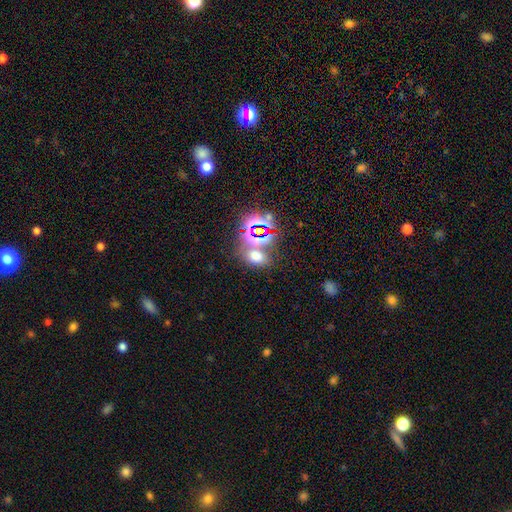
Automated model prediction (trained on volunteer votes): Morphology: type=smooth (54%); roundness=in between (68%); merging=none (60%).